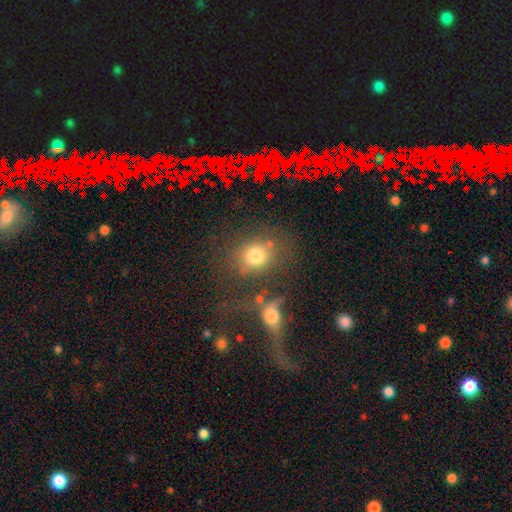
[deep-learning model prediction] This is likely a smooth galaxy (75%). How rounded: likely round (64%). Merging: likely none (61%).